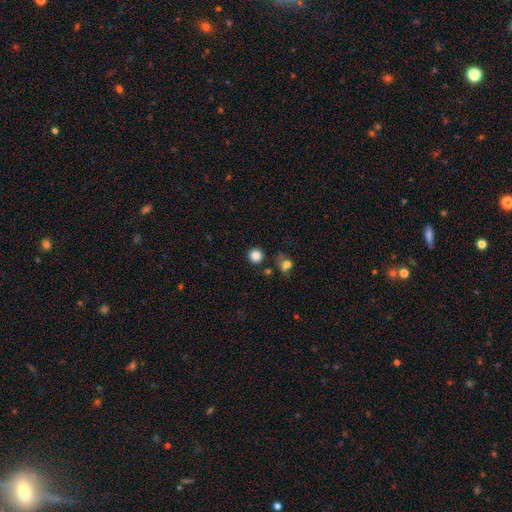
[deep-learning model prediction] A smooth galaxy with no disk features (84%) that is round (93%).

Vote fractions:
- Smooth or featured? smooth: 84% / star or artifact: 11% / featured or disk: 5%
- How rounded? round: 93% / in between: 6% / cigar-shaped: 1%
- Merging? none: 84% / minor disturbance: 8% / merger: 5% / major disturbance: 3%